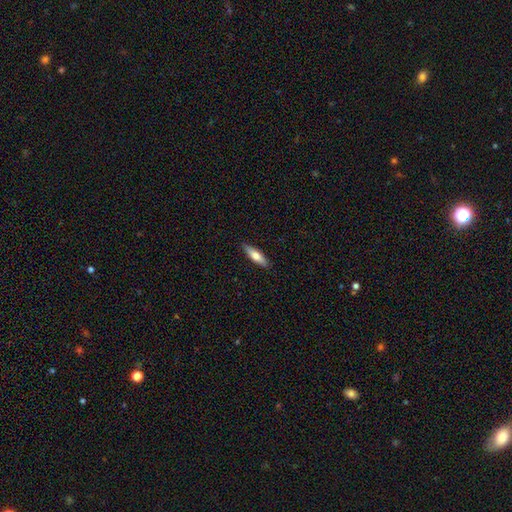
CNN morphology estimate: Smooth or featured? Predicted: smooth (p=0.64). How rounded? Predicted: cigar-shaped (p=0.65). Merging? Predicted: none (p=0.89).